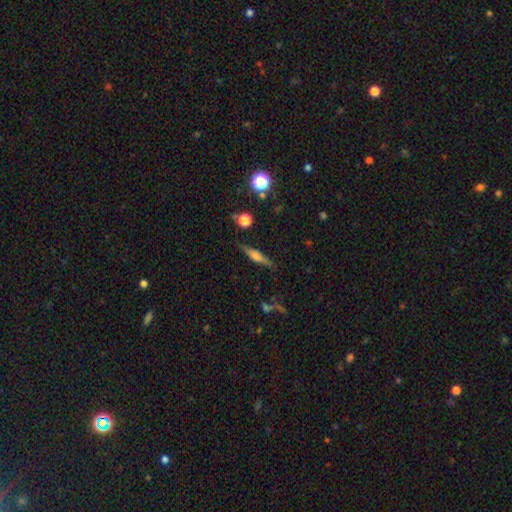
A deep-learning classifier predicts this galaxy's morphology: Smooth or featured: featured or disk — 50% (smooth — 40%)
Edge-on disk: yes — 94% (no — 6%)
Merging: none — 84% (minor disturbance — 11%)